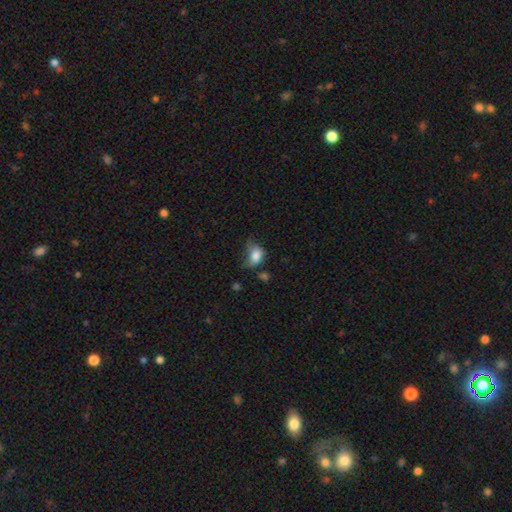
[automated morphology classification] Overall: smooth (74%). How rounded: in between (73%). Merging: major disturbance (38%; minor disturbance 33%).